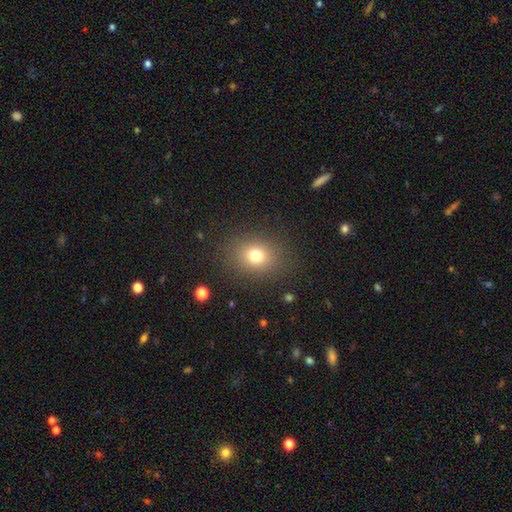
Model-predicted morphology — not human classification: Smooth or featured? smooth (76%)
How rounded? round (59%)
Merging? none (85%)